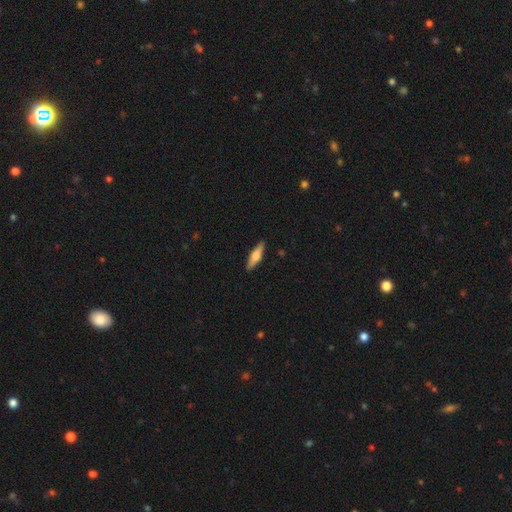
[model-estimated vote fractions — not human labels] This is possibly a smooth galaxy (59%). How rounded: likely cigar-shaped (69%). Merging: clearly none (90%).